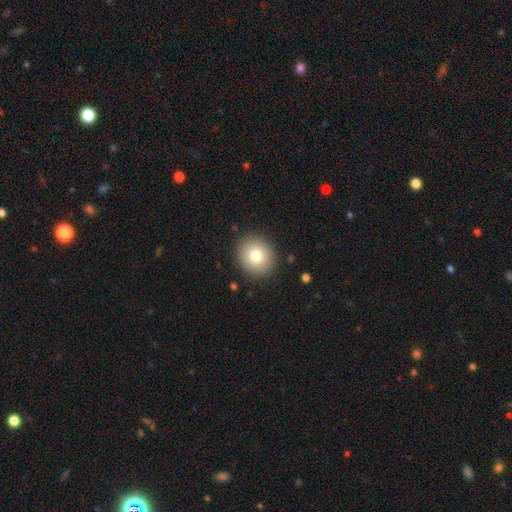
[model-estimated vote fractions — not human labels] Smooth or featured?
  - smooth: 80% *
  - featured or disk: 11%
  - star or artifact: 9%
How rounded?
  - round: 77% *
  - in between: 23%
  - cigar-shaped: 1%
Merging?
  - none: 89% *
  - minor disturbance: 8%
  - major disturbance: 3%
  - merger: 1%